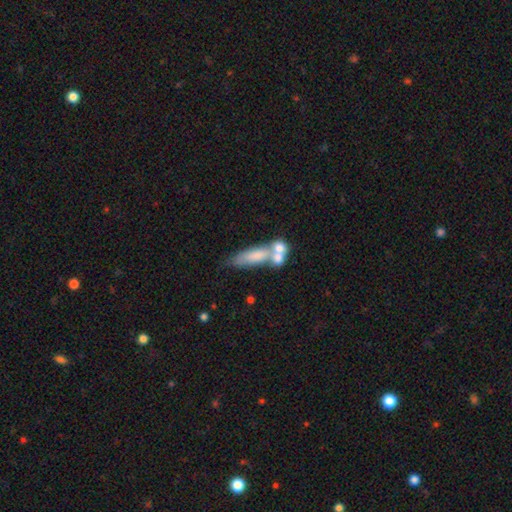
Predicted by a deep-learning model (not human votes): The model was most divided on "how rounded": in between: 49%, cigar-shaped: 45%, round: 6%. More confident: smooth or featured — smooth (65%); merging — merger (54%).